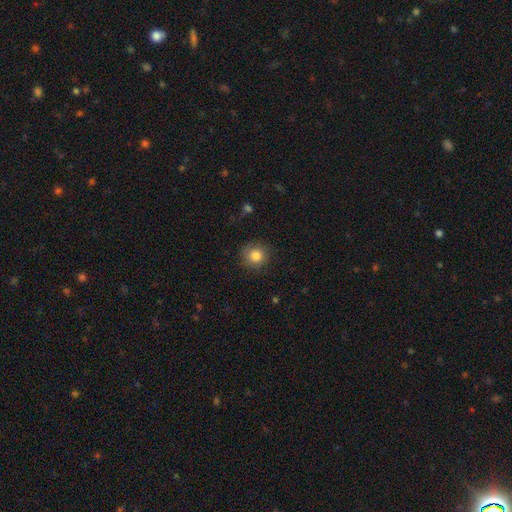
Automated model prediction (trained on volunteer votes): The model was most divided on "smooth or featured": smooth: 83%, star or artifact: 10%, featured or disk: 7%. More confident: how rounded — round (91%); merging — none (86%).